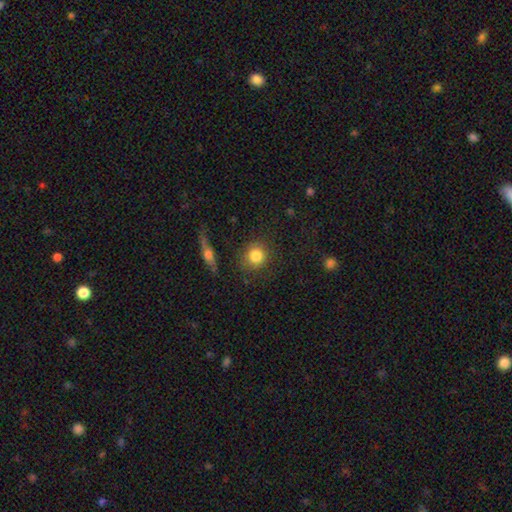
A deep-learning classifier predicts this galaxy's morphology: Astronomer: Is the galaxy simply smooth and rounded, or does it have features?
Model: smooth — 83%.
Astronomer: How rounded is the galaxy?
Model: round — 89%.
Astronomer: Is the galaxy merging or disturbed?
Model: none — 83%.